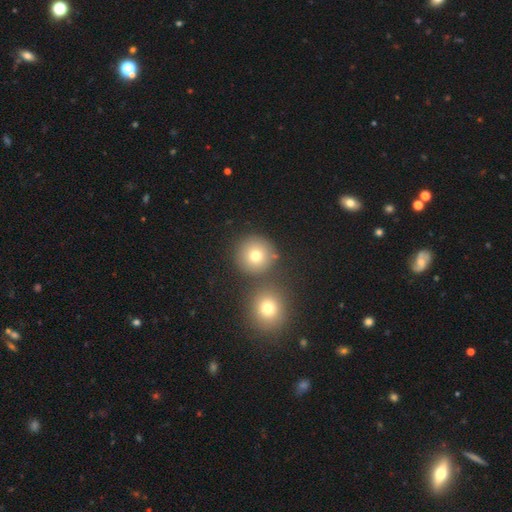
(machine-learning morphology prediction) This appears to be a smooth galaxy with no disk features (77%) that is round (93%). Merging: none (76%).